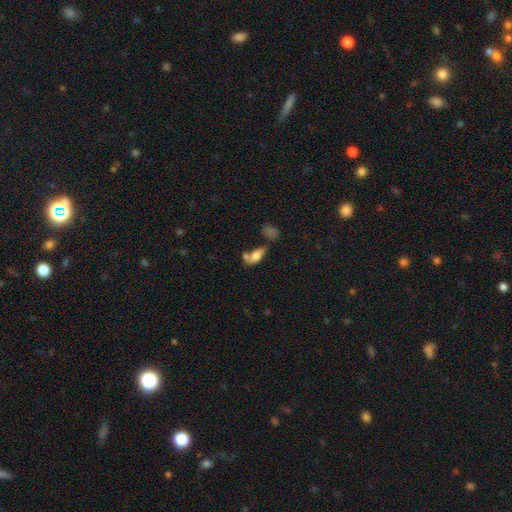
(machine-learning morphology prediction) Overall: smooth (68%). How rounded: in between (80%). Merging: none (43%; merger 30%).